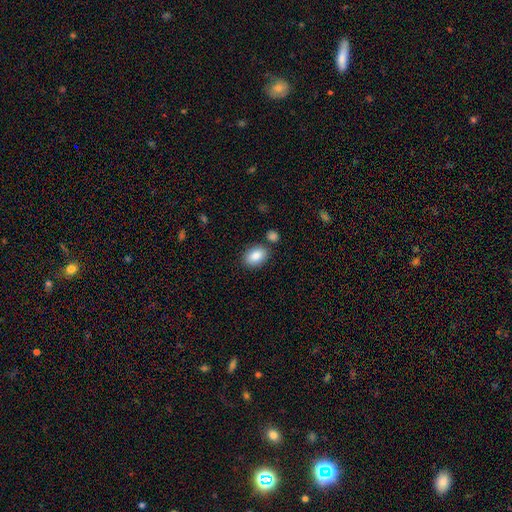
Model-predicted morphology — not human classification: smooth 87%, star or artifact 7%, featured or disk 6%. Down the decision tree: how rounded — in between (82%); merging — none (80%).